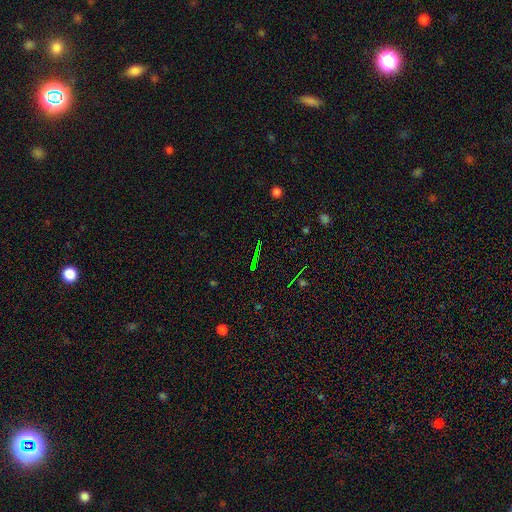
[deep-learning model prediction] smooth_or_featured: star or artifact (p=0.72) [alt: smooth p=0.14]